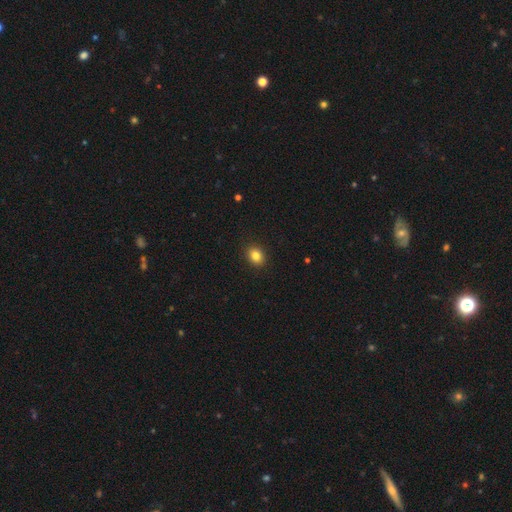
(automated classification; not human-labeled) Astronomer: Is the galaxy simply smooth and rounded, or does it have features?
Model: smooth — 84%.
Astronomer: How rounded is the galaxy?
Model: in between — 52% (runner-up: round, 47%).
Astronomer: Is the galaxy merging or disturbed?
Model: none — 90%.